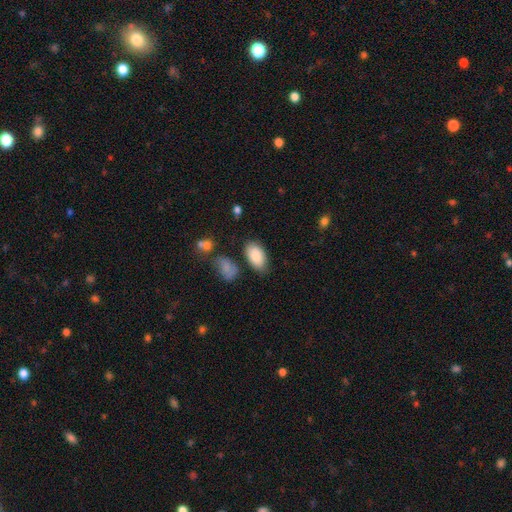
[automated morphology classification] smooth-or-featured: smooth: 86% | featured or disk: 8% | star or artifact: 6%
  how-rounded: in between: 95% | round: 4% | cigar-shaped: 2%
  merging: none: 75% | minor disturbance: 15% | merger: 5% | major disturbance: 4%